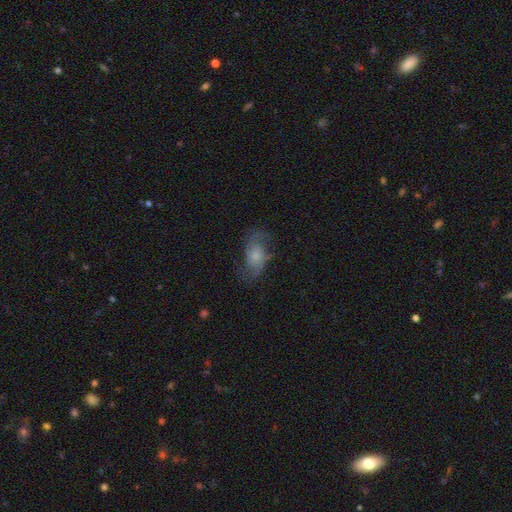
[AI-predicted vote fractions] Smooth or featured? featured or disk (68%)
Edge-on disk? no (95%)
Bar? no (69%)
Spiral arms? yes (90%)
Spiral winding? medium (43%, tied with loose)
Spiral arm count? 2 (86%)
Bulge size? small (41%)
Merging? none (65%)